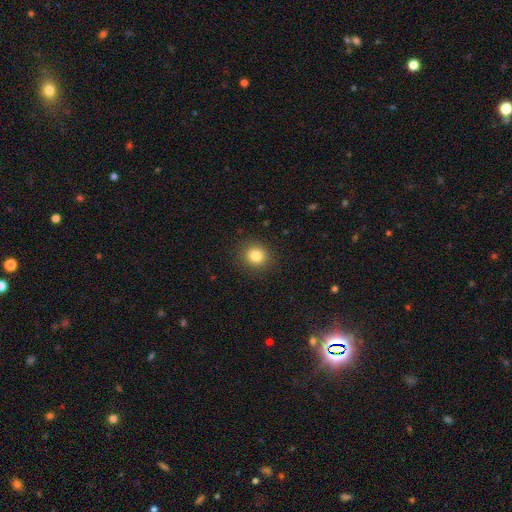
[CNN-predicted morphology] smooth 83%, star or artifact 11%, featured or disk 6%. Down the decision tree: how rounded — round (83%); merging — none (89%).